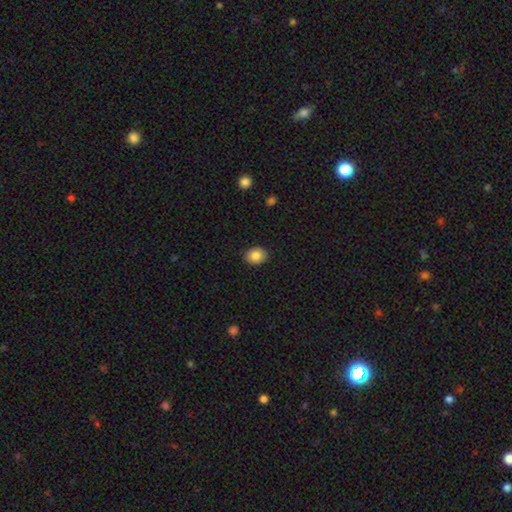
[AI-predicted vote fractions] This is clearly a smooth galaxy (85%). How rounded: possibly in between (56%). Merging: clearly none (90%).